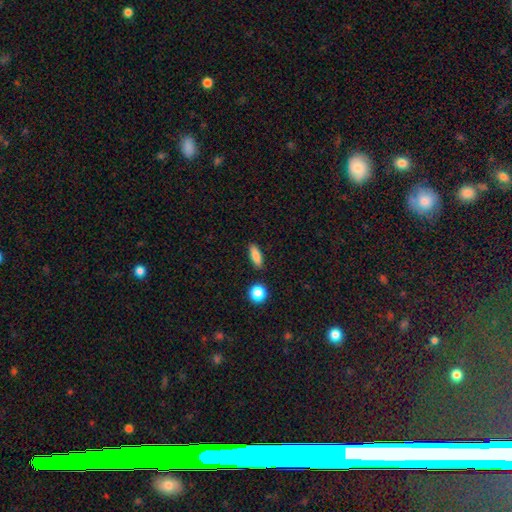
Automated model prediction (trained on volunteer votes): A smooth galaxy with no disk features (82%) that is in between round and cigar-shaped (62%). Merging: none (88%).